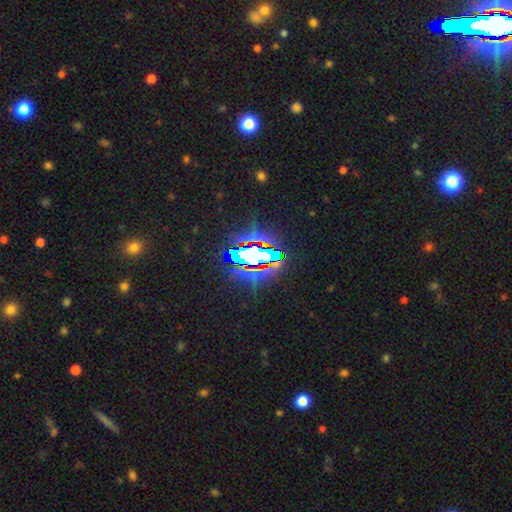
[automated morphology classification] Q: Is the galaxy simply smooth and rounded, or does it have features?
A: star or artifact — 70%.